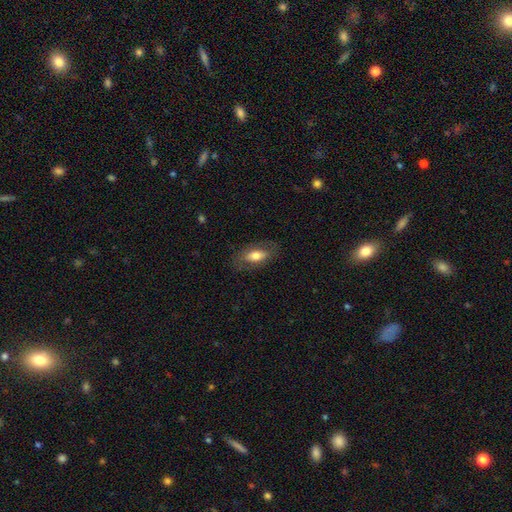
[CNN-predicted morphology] Smooth or featured?
  - smooth: 64% *
  - featured or disk: 30%
  - star or artifact: 7%
How rounded?
  - in between: 86% *
  - cigar-shaped: 10%
  - round: 4%
Merging?
  - none: 78% *
  - minor disturbance: 15%
  - major disturbance: 7%
  - merger: 1%